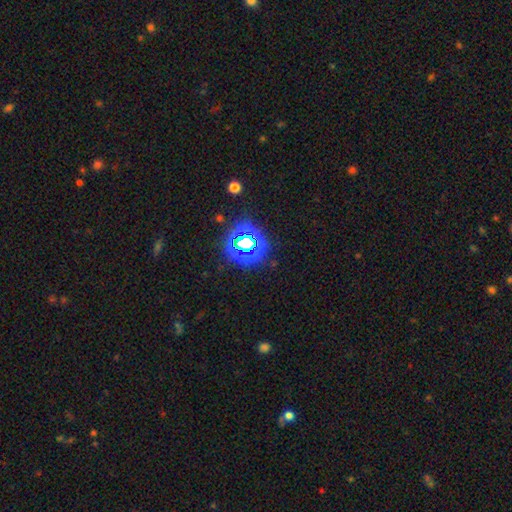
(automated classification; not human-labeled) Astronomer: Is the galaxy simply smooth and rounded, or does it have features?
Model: star or artifact — 68%.